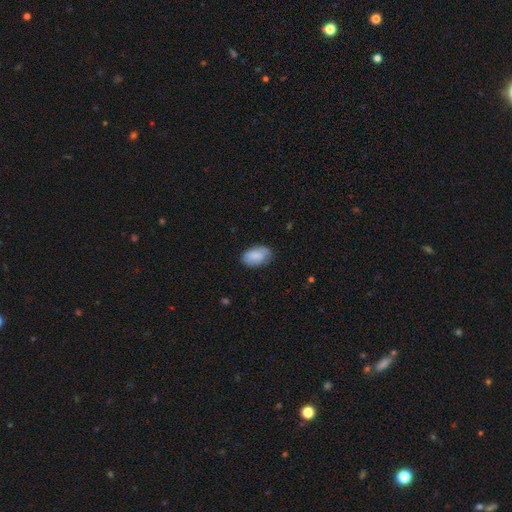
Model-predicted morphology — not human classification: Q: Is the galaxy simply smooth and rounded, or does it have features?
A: smooth — 86%.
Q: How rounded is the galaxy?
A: in between — 93%.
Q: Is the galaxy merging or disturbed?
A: none — 78%.